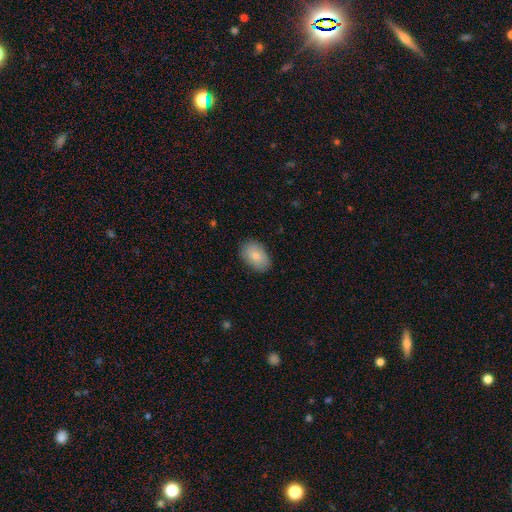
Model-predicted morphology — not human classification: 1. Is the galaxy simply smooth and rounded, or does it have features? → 81% smooth, 12% featured or disk, 7% star or artifact.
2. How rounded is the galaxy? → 88% in between, 11% round, 1% cigar-shaped.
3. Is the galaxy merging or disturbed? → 86% none, 11% minor disturbance, 2% major disturbance, 1% merger.